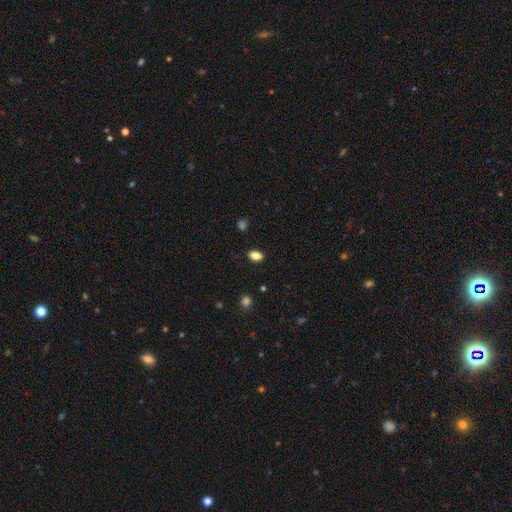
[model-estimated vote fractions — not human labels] This is clearly a smooth galaxy (84%). How rounded: clearly in between (87%). Merging: clearly none (88%).